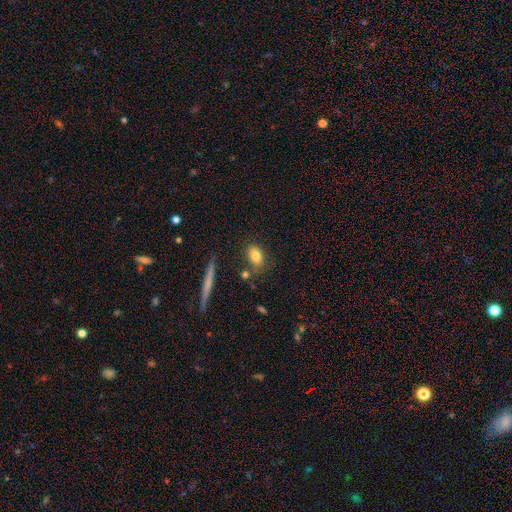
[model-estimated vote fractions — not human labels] A smooth galaxy with no disk features (80%) that is in between round and cigar-shaped (79%). Merging: none (70%).